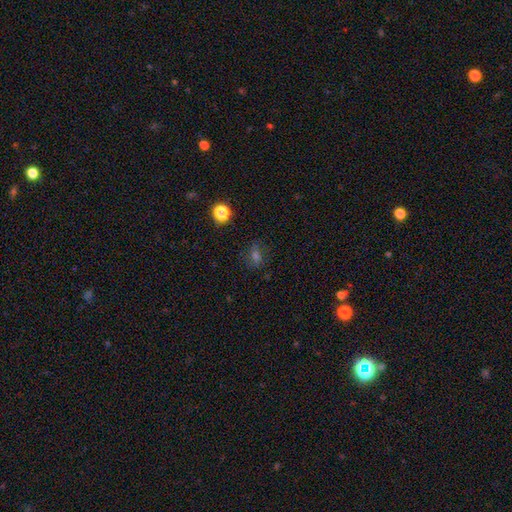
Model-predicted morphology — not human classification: Smooth or featured? Predicted: smooth (p=0.54). How rounded? Predicted: round (p=0.50). Merging? Predicted: none (p=0.77).